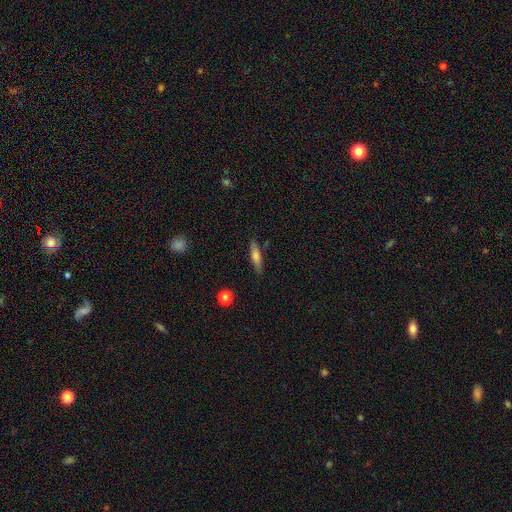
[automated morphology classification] Overall: smooth (65%; featured or disk 28%). How rounded: cigar-shaped (73%). Merging: none (83%).